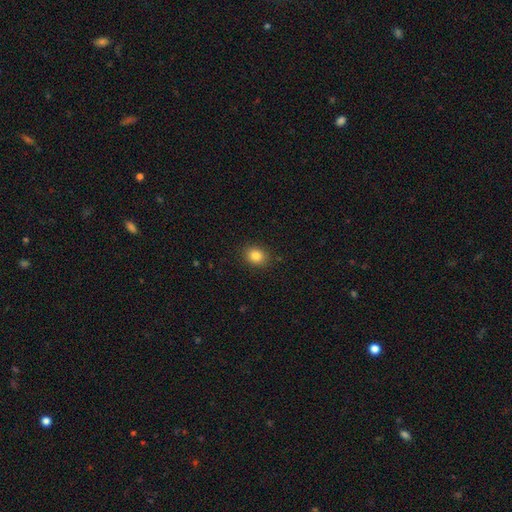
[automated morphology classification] A smooth galaxy with no disk features (84%) that is round (55%). Merging: none (88%).